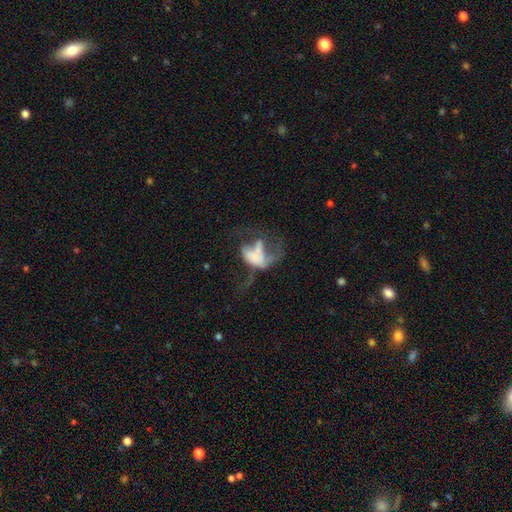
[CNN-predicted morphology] Smooth or featured?
  - featured or disk: 53% *
  - smooth: 35%
  - star or artifact: 12%
Edge-on disk?
  - no: 96% *
  - yes: 4%
Bar?
  - no: 84% *
  - weak: 11%
  - strong: 5%
Spiral arms?
  - no: 81% *
  - yes: 19%
Bulge size?
  - none: 50% *
  - small: 19%
  - moderate: 16%
  - large: 11%
  - dominant: 5%
Merging?
  - major disturbance: 49% *
  - merger: 28%
  - none: 13%
  - minor disturbance: 10%